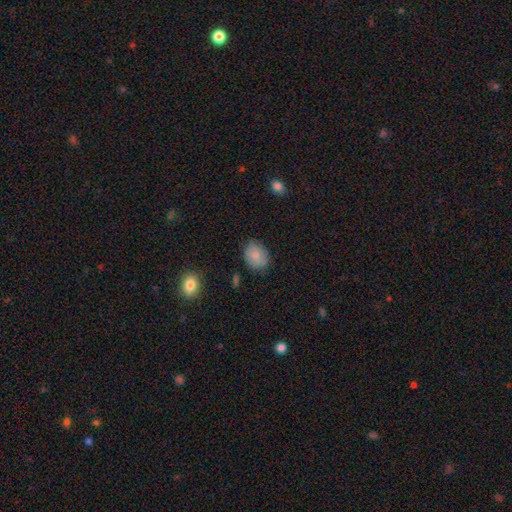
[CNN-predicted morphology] smooth_or_featured: smooth (p=0.84) [alt: featured or disk p=0.09]
how_rounded: in between (p=0.57) [alt: round p=0.42]
merging: none (p=0.75) [alt: minor disturbance p=0.19]